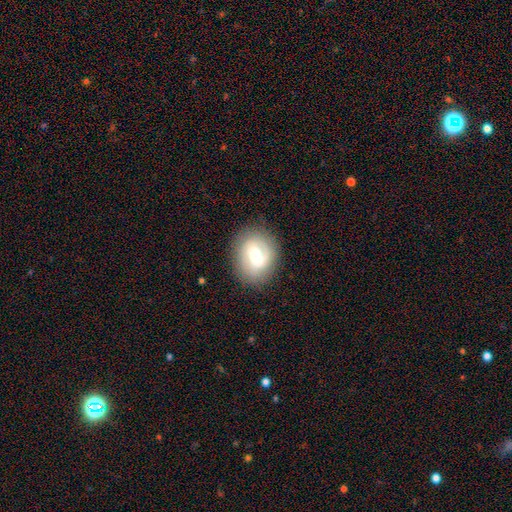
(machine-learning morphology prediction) Smooth or featured? featured or disk (60%)
Edge-on disk? no (96%)
Bar? weak (53%)
Spiral arms? yes (78%)
Bulge size? moderate (63%)
Merging? none (82%)